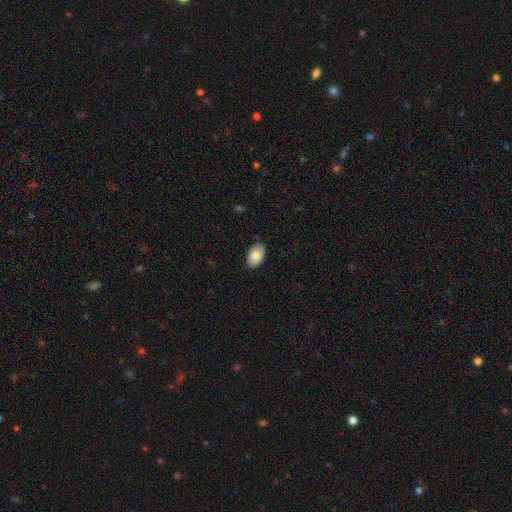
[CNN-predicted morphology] The model was most divided on "smooth or featured": smooth: 83%, featured or disk: 10%, star or artifact: 6%. More confident: how rounded — in between (92%); merging — none (88%).